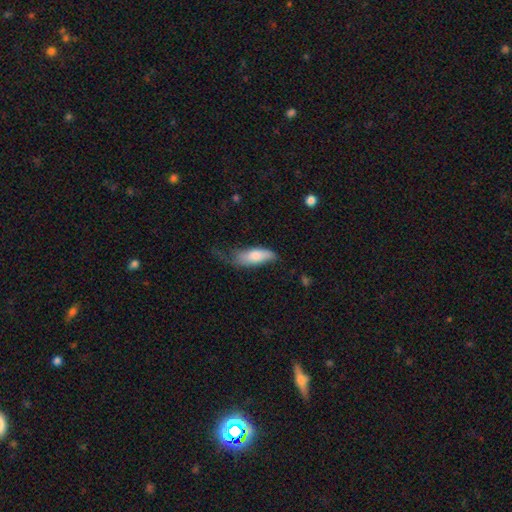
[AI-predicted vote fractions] A smooth galaxy with no disk features (76%) that is in between round and cigar-shaped (73%).

Vote fractions:
- Smooth or featured? smooth: 76% / featured or disk: 18% / star or artifact: 6%
- How rounded? in between: 73% / cigar-shaped: 25% / round: 2%
- Merging? minor disturbance: 39% / none: 35% / major disturbance: 23% / merger: 3%